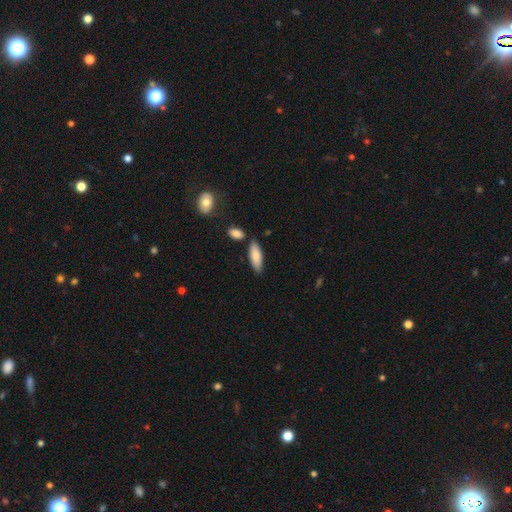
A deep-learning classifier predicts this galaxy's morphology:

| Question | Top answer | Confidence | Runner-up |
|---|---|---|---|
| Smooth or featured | smooth | 82% | featured or disk (12%) |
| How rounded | in between | 65% | cigar-shaped (33%) |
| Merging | none | 78% | minor disturbance (12%) |